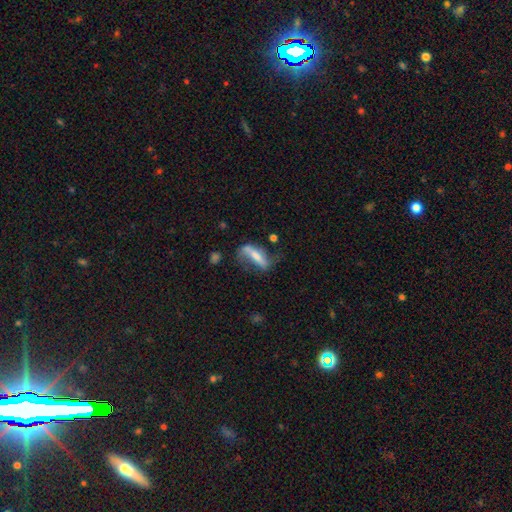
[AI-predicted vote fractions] This is possibly a featured or disk galaxy (55%). It is likely not viewed edge-on (74%). Merging: marginally none (42%).